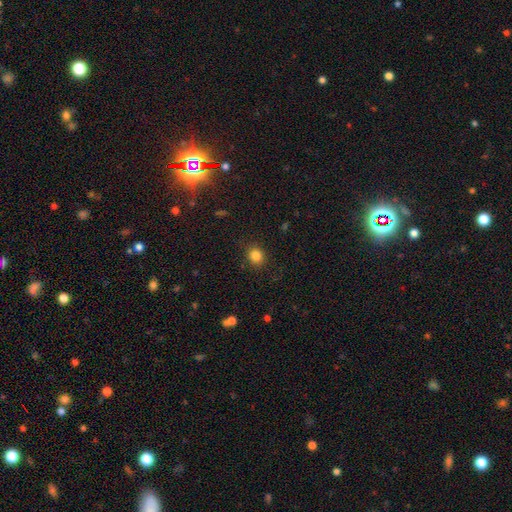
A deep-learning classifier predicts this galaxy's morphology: The model was most divided on "how rounded": round: 76%, in between: 23%, cigar-shaped: 1%. More confident: merging — none (87%); smooth or featured — smooth (83%).